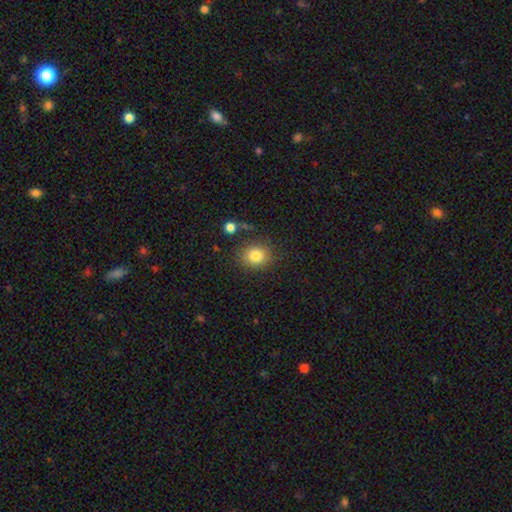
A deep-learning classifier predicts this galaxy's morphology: This appears to be a smooth galaxy with no disk features (82%) that is round (70%). Merging: none (79%).